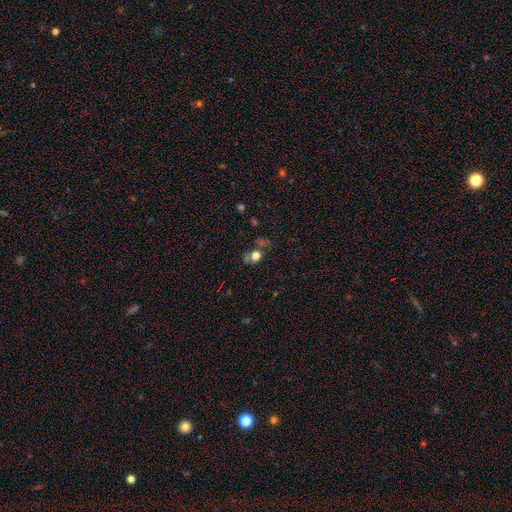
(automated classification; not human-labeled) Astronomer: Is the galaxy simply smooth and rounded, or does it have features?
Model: smooth — 61%.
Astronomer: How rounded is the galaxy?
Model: round — 69%.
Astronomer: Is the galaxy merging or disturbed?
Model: none — 53%.